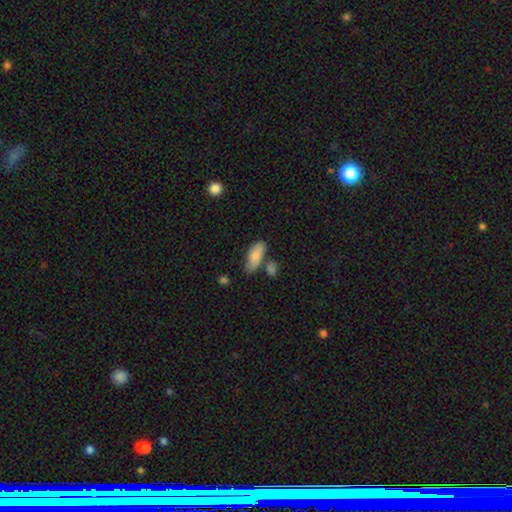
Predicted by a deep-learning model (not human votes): This appears to be a smooth galaxy with no disk features (81%) that is in between round and cigar-shaped (86%). Merging: none (58%).